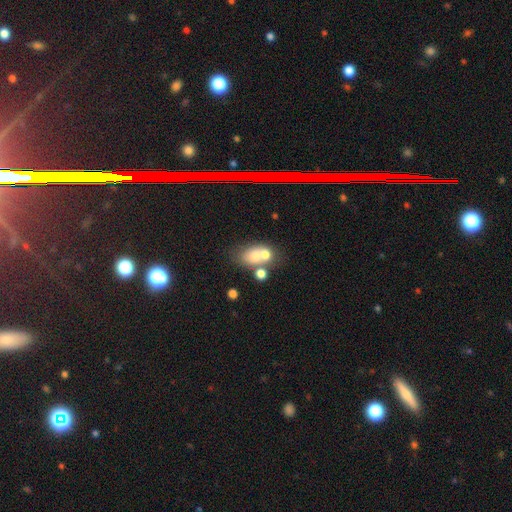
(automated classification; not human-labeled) smooth_or_featured: smooth (p=0.64) [alt: featured or disk p=0.22]
how_rounded: in between (p=0.62) [alt: round p=0.36]
merging: merger (p=0.50) [alt: none p=0.34]